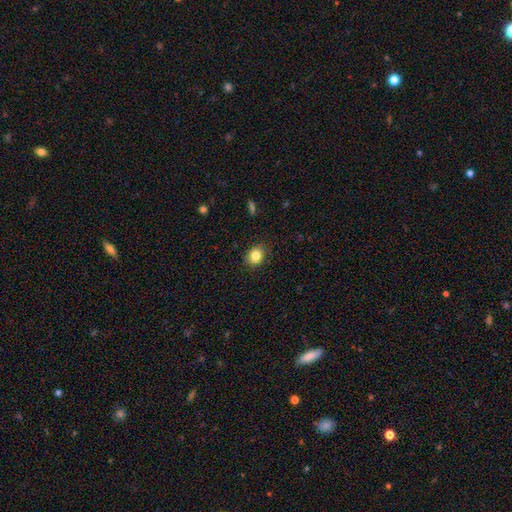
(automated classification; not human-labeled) Smooth or featured: smooth — 83% (star or artifact — 10%)
How rounded: round — 63% (in between — 36%)
Merging: none — 87% (minor disturbance — 9%)